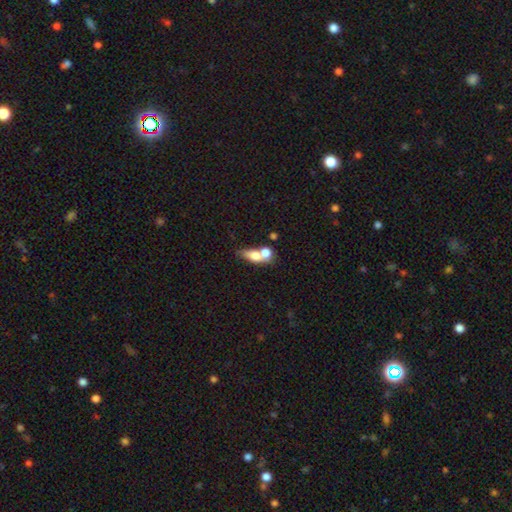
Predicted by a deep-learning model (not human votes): Smooth or featured: smooth — 68% (featured or disk — 22%)
How rounded: in between — 60% (round — 24%)
Merging: merger — 57% (none — 26%)